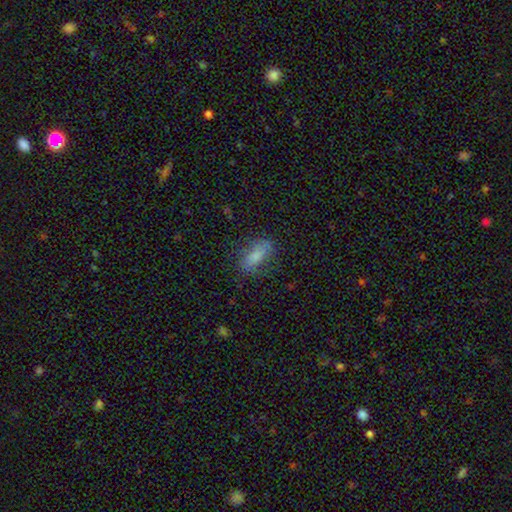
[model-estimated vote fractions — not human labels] Smooth or featured: smooth — 75% (featured or disk — 17%)
How rounded: in between — 78% (cigar-shaped — 19%)
Merging: none — 73% (minor disturbance — 19%)